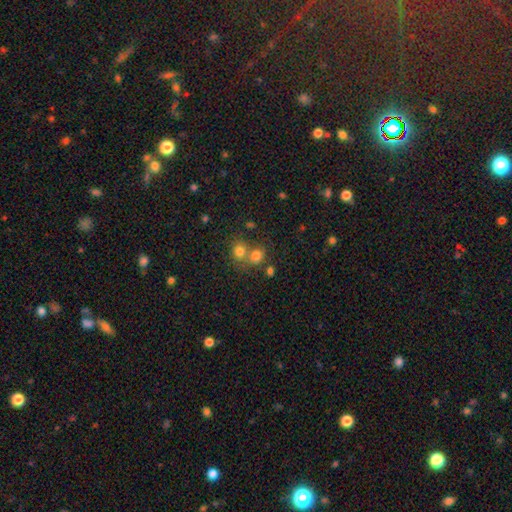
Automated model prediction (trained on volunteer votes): Q: Smooth or featured?
A: smooth (76%); runner-up: star or artifact (14%)
Q: How rounded?
A: round (76%); runner-up: in between (23%)
Q: Merging?
A: merger (45%); tied with: none (45%)